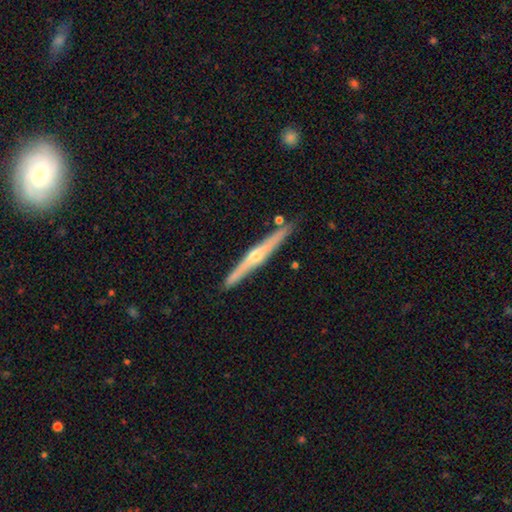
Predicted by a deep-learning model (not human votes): Smooth or featured: featured or disk — 75% (smooth — 19%)
Edge-on disk: yes — 97% (no — 3%)
Edge-on bulge: rounded — 85% (none — 11%)
Merging: none — 88% (minor disturbance — 9%)